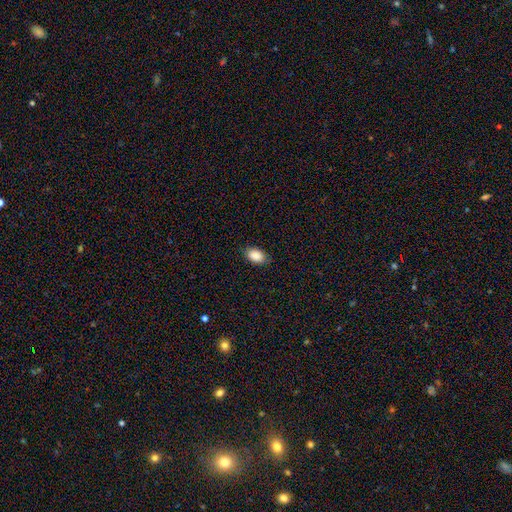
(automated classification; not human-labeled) Smooth or featured? Predicted: smooth (p=0.89). How rounded? Predicted: in between (p=0.90). Merging? Predicted: none (p=0.82).